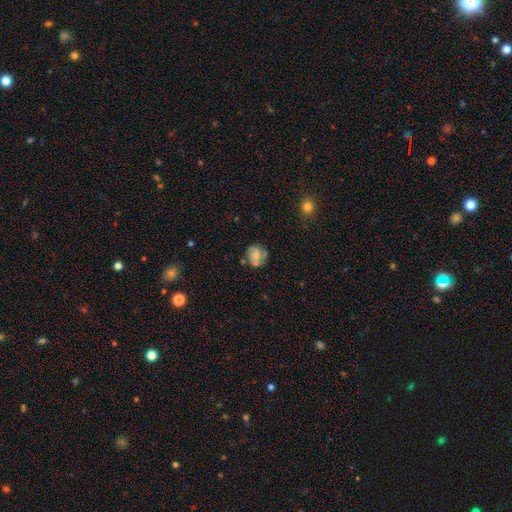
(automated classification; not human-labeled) This appears to be a featured or disk galaxy (56%) with no bar (65%), spiral arms (79%) and a small central bulge (46%). Merging: none (62%).